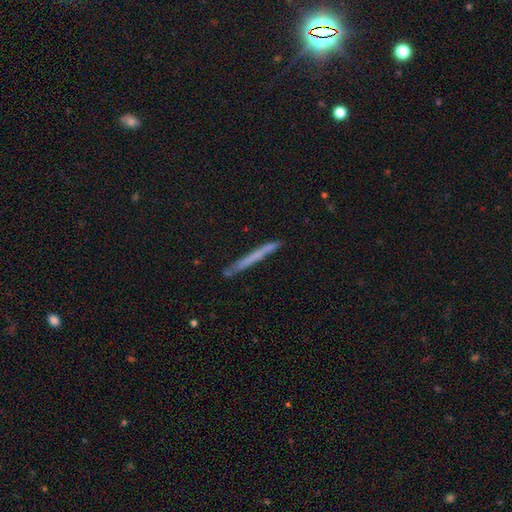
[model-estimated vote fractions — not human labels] A smooth galaxy with no disk features (56%) that is cigar-shaped (97%). Merging: none (85%).